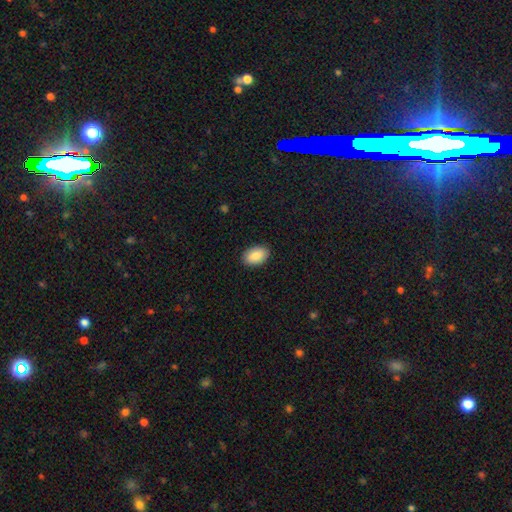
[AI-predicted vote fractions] Morphology: type=smooth (88%); roundness=in between (91%); merging=none (89%).